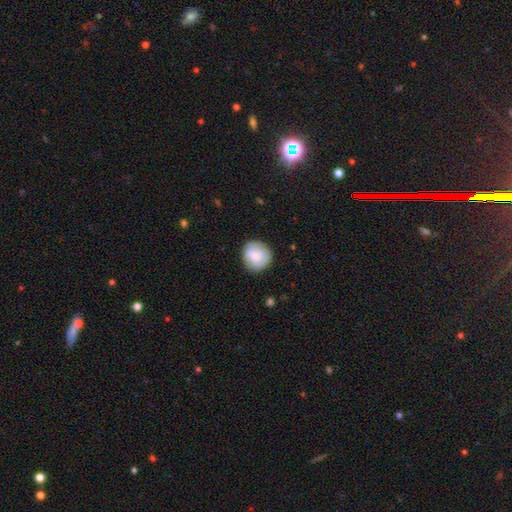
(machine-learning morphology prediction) This is possibly a featured or disk galaxy (50%). It is clearly not viewed edge-on (98%). Merging: clearly none (82%).